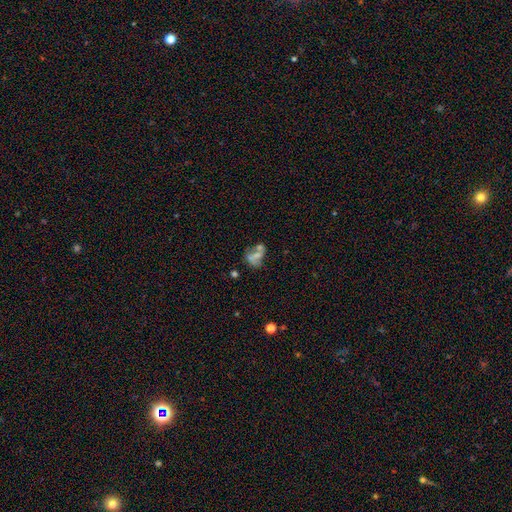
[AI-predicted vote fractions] Overall: smooth (46%; featured or disk 39%). Merging: merger (42%; none 26%).